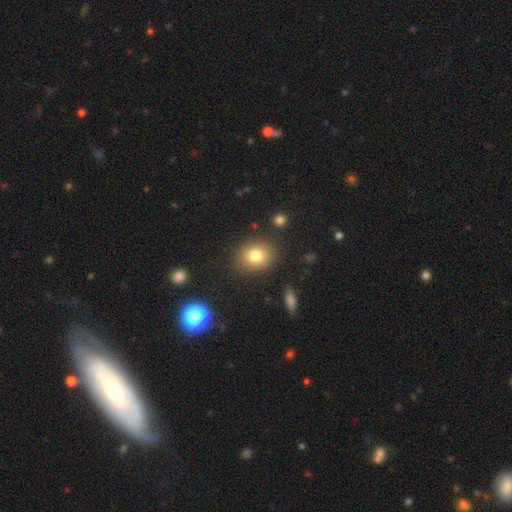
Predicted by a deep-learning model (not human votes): Morphology: type=smooth (79%); roundness=round (62%); merging=none (86%).